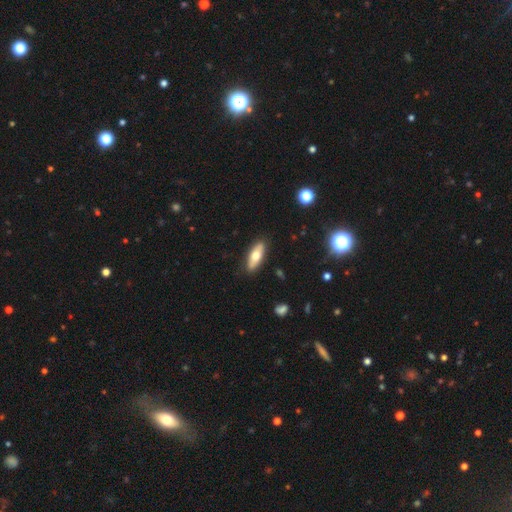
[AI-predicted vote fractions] Morphology: type=smooth (67%); roundness=in between (66%); merging=none (87%).